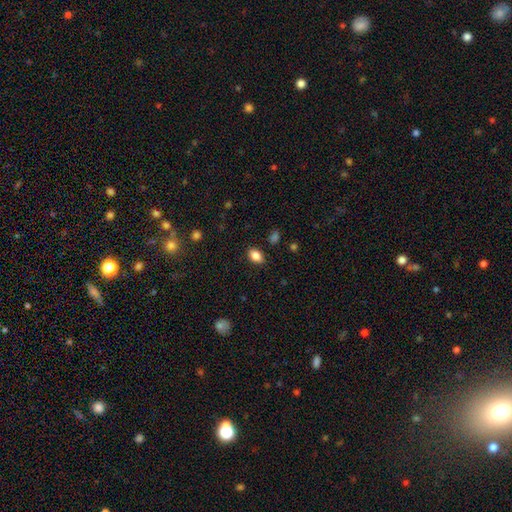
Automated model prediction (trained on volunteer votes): smooth 86%, star or artifact 9%, featured or disk 5%. Down the decision tree: how rounded — in between (84%); merging — none (86%).